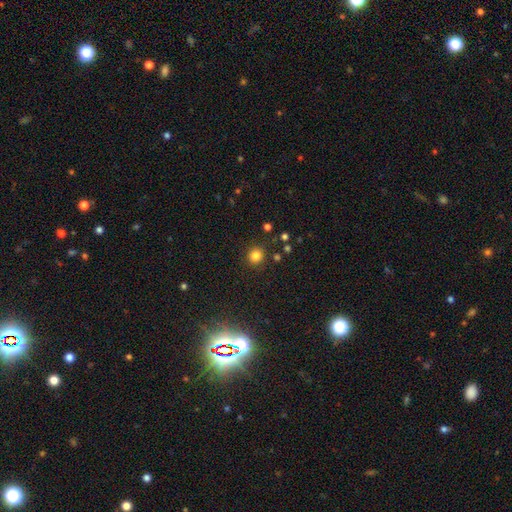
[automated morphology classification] Smooth or featured? Predicted: smooth (p=0.82). How rounded? Predicted: round (p=0.90). Merging? Predicted: none (p=0.88).